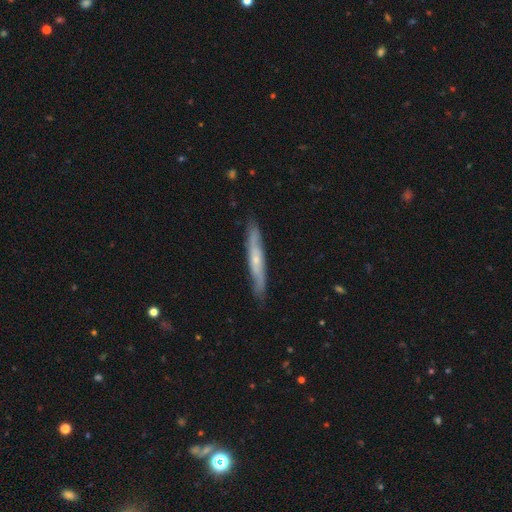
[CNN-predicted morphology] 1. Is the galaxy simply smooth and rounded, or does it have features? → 57% featured or disk, 35% smooth, 8% star or artifact.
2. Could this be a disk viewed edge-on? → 87% yes, 13% no.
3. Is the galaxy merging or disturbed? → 87% none, 10% minor disturbance, 2% major disturbance, 1% merger.